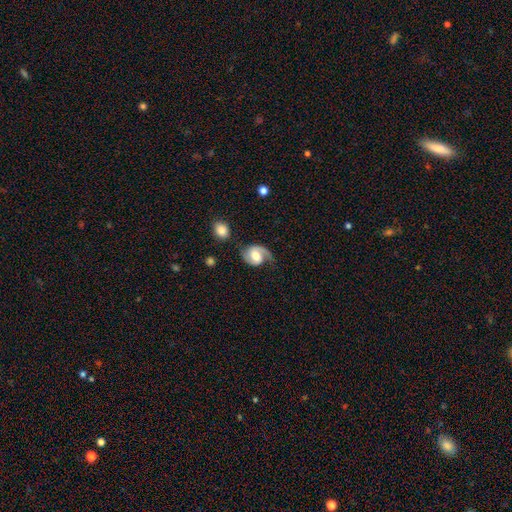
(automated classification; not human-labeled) This appears to be a featured or disk galaxy (76%) with a weak bar (46%), 2 (67%) medium (47%) spiral arms (94%) and a moderate central bulge (60%). Merging: none (60%).